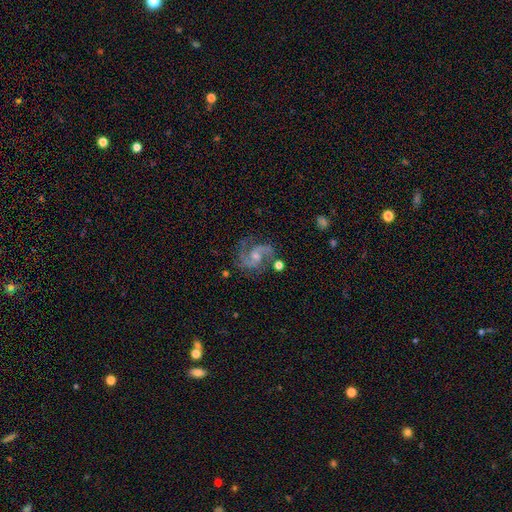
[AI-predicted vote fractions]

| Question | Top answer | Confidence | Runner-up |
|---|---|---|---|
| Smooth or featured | featured or disk | 88% | star or artifact (7%) |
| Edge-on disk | no | 98% | yes (2%) |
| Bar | no | 51% | weak (39%) |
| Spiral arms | yes | 98% | no (2%) |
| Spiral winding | medium | 59% | loose (25%) |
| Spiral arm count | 2 | 88% | 3 (4%) |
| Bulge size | small | 51% | moderate (42%) |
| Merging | none | 72% | minor disturbance (16%) |